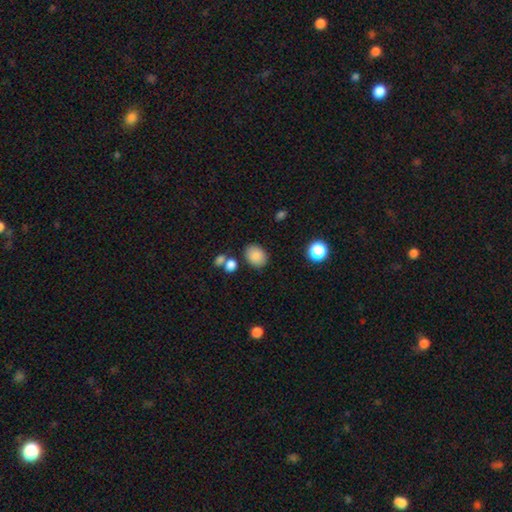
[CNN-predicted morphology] This is clearly a smooth galaxy (85%). How rounded: likely in between (61%). Merging: clearly none (81%).